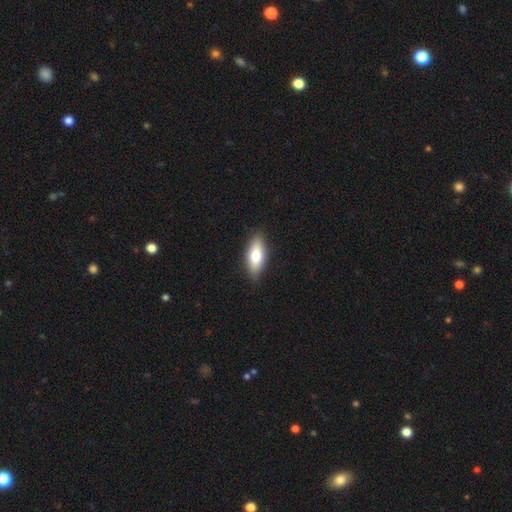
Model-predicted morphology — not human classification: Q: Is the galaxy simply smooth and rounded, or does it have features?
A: smooth — 71%.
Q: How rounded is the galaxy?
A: in between — 76%.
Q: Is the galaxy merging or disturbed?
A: none — 87%.